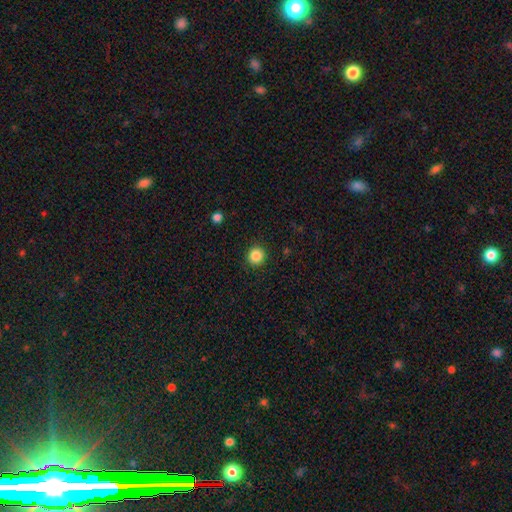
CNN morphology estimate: Smooth or featured? Predicted: smooth (p=0.86). How rounded? Predicted: round (p=0.94). Merging? Predicted: none (p=0.92).